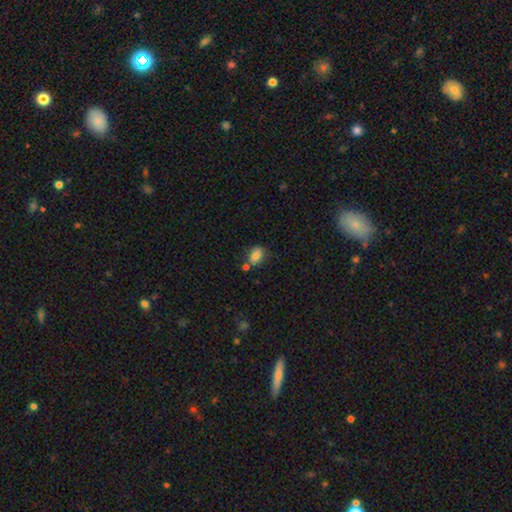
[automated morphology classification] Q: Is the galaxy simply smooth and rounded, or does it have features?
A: smooth — 81%.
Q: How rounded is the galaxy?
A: in between — 72%.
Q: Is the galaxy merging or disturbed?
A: none — 65%.